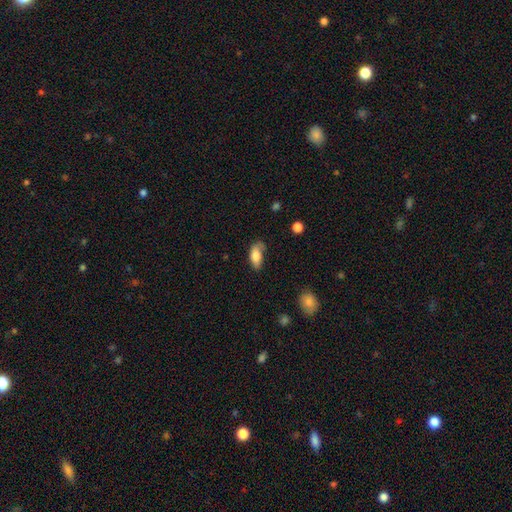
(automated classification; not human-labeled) A smooth galaxy with no disk features (80%) that is in between round and cigar-shaped (88%). Merging: none (50%).